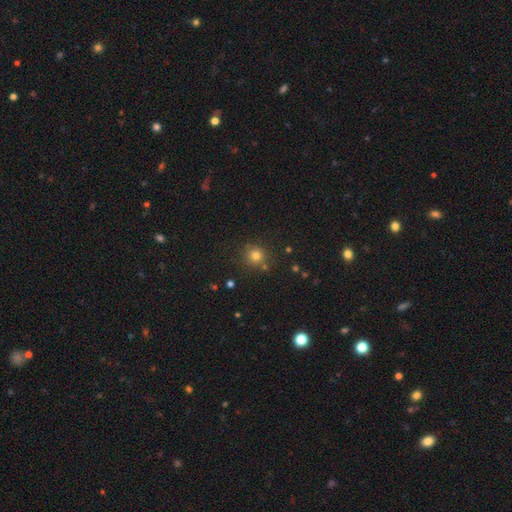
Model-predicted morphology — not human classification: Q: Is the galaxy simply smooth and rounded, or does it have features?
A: smooth — 76%.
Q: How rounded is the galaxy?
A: round — 93%.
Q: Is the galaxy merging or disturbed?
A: none — 82%.